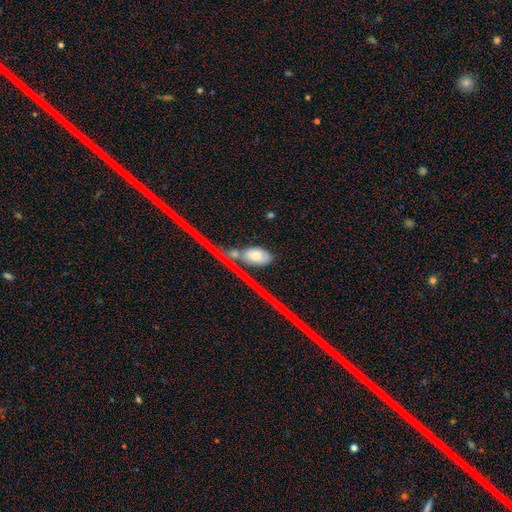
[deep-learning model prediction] Smooth or featured: smooth — 65% (featured or disk — 21%)
How rounded: in between — 88% (round — 9%)
Merging: none — 57% (minor disturbance — 19%)